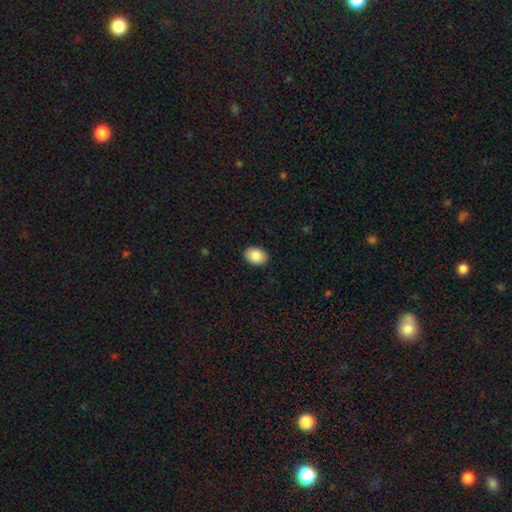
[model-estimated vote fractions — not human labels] smooth 88%, star or artifact 7%, featured or disk 5%. Down the decision tree: how rounded — in between (80%); merging — none (90%).